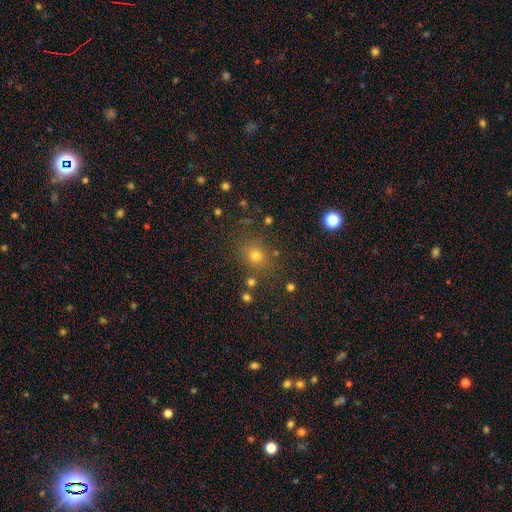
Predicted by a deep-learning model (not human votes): Smooth or featured? Predicted: smooth (p=0.70). How rounded? Predicted: round (p=0.76). Merging? Predicted: none (p=0.80).